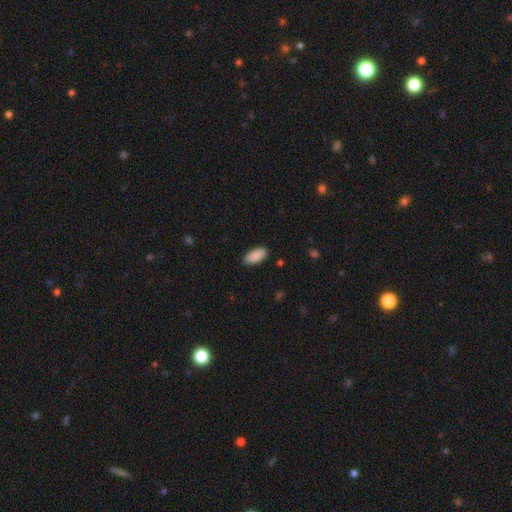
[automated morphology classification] Q: Smooth or featured?
A: smooth (90%); runner-up: star or artifact (6%)
Q: How rounded?
A: in between (92%); runner-up: cigar-shaped (7%)
Q: Merging?
A: none (88%); runner-up: minor disturbance (9%)